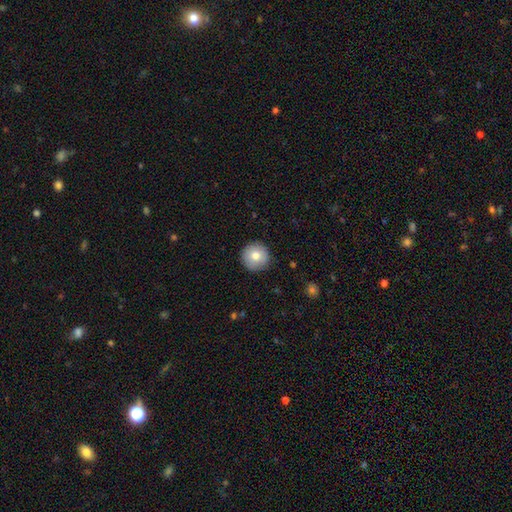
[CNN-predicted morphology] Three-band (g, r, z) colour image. It shows a smooth galaxy with no disk features (78%) that is round (96%). Merging: none (91%).